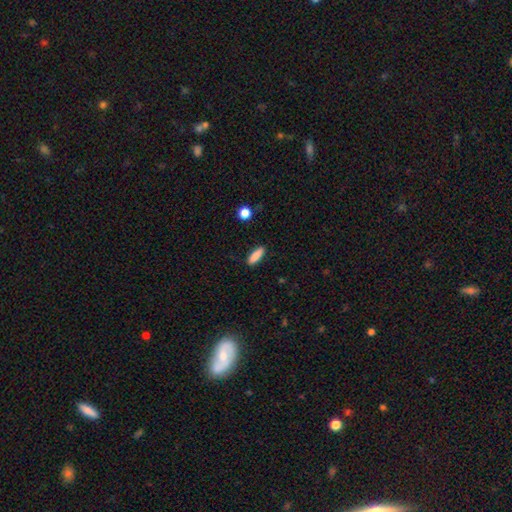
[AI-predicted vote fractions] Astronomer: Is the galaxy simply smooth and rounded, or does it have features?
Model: smooth — 87%.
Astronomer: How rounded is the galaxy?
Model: in between — 52% (runner-up: cigar-shaped, 46%).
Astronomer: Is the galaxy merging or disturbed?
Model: none — 88%.